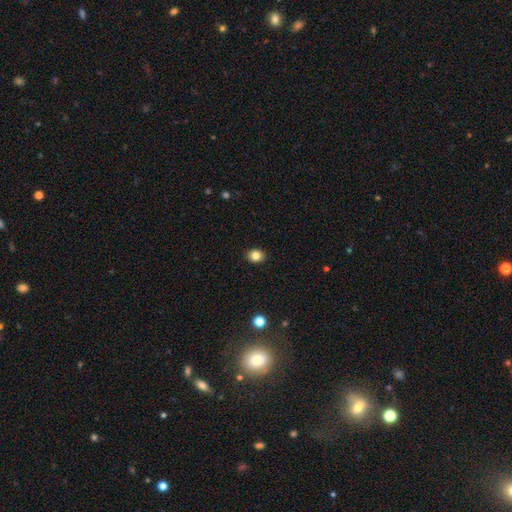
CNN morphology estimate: smooth_or_featured: smooth (p=0.83) [alt: star or artifact p=0.11]
how_rounded: round (p=0.55) [alt: in between p=0.44]
merging: none (p=0.91) [alt: minor disturbance p=0.07]